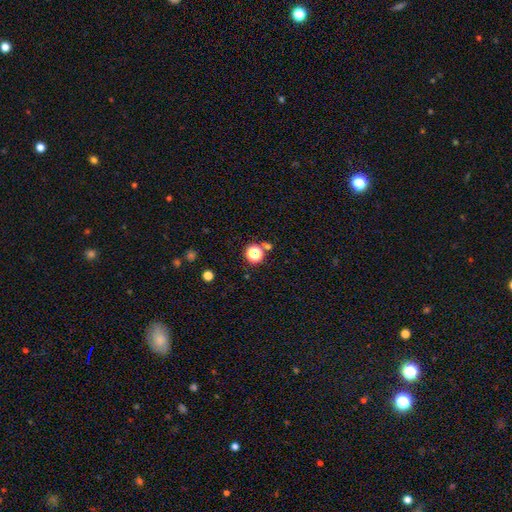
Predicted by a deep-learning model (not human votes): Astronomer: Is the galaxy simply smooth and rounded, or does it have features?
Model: star or artifact — 50% (runner-up: smooth, 43%).